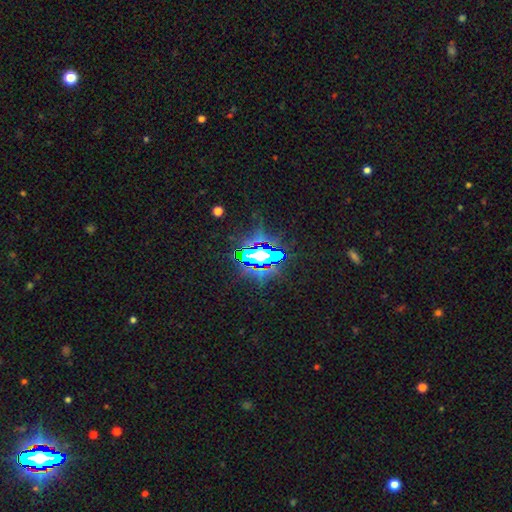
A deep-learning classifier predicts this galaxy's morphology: A star or artifact, not a galaxy (75%).

Vote fractions:
- Smooth or featured? star or artifact: 75% / featured or disk: 13% / smooth: 12%